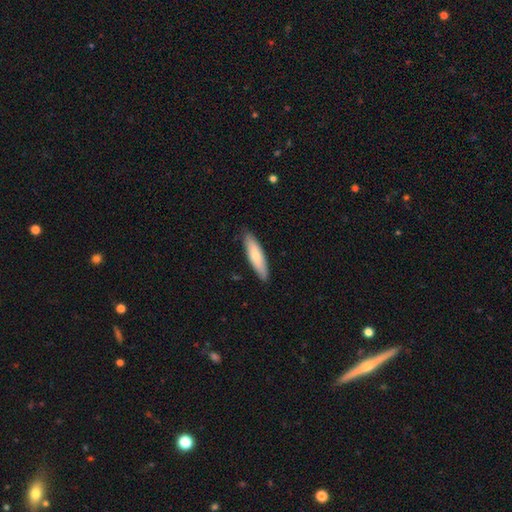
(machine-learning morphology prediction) Smooth or featured?
  - smooth: 70% *
  - featured or disk: 25%
  - star or artifact: 5%
How rounded?
  - cigar-shaped: 66% *
  - in between: 33%
  - round: 2%
Merging?
  - none: 87% *
  - minor disturbance: 10%
  - major disturbance: 2%
  - merger: 1%